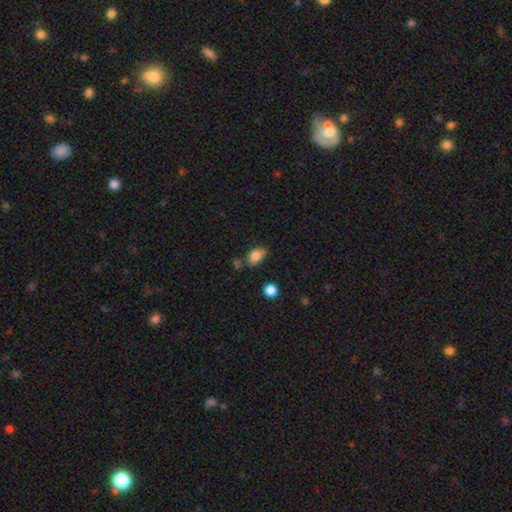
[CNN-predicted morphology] This is clearly a smooth galaxy (83%). How rounded: clearly in between (85%). Merging: possibly none (58%).